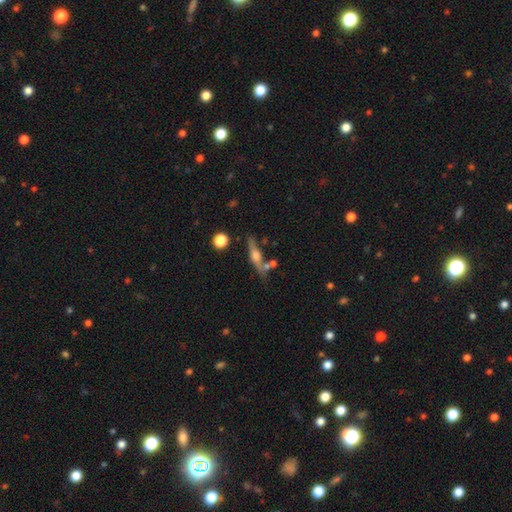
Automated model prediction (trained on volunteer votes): The model was most divided on "smooth or featured": featured or disk: 63%, smooth: 30%, star or artifact: 8%. More confident: edge-on disk — yes (92%); edge-on bulge — rounded (91%); merging — none (65%).